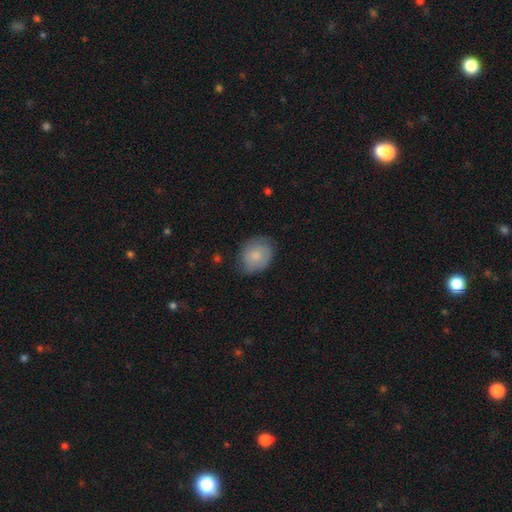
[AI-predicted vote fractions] A smooth galaxy with no disk features (73%) that is round (51%).

Vote fractions:
- Smooth or featured? smooth: 73% / featured or disk: 20% / star or artifact: 7%
- How rounded? round: 51% / in between: 48% / cigar-shaped: 1%
- Merging? none: 69% / minor disturbance: 24% / major disturbance: 6% / merger: 1%